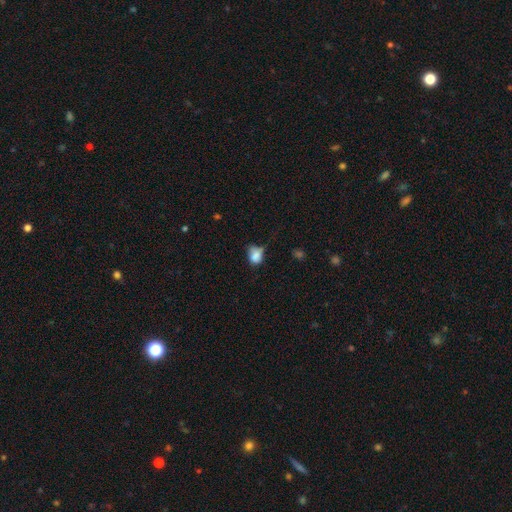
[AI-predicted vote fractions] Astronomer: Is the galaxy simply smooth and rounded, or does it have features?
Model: smooth — 78%.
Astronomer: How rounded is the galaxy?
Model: in between — 61% (runner-up: round, 38%).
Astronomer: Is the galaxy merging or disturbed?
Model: minor disturbance — 38% (runner-up: none, 35%).